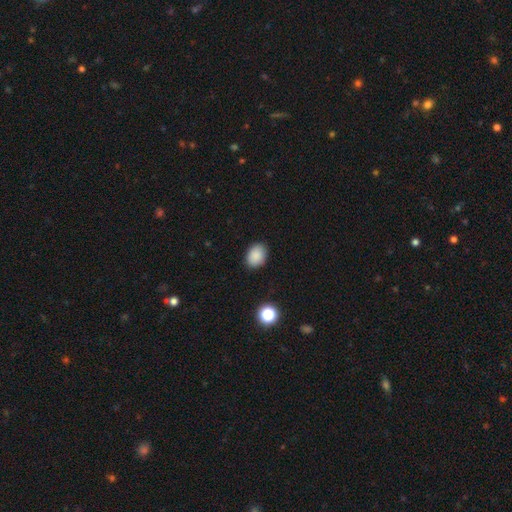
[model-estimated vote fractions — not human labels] The model was most divided on "how rounded": in between: 68%, round: 31%, cigar-shaped: 1%. More confident: smooth or featured — smooth (88%); merging — none (87%).